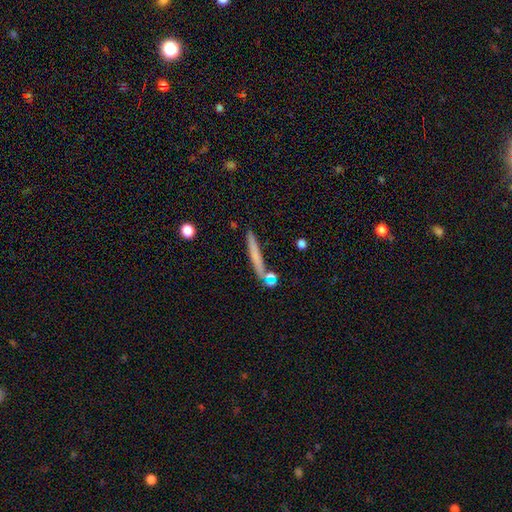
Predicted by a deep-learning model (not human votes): The model was most divided on "smooth or featured": smooth: 60%, featured or disk: 32%, star or artifact: 8%. More confident: how rounded — cigar-shaped (95%); merging — none (78%).